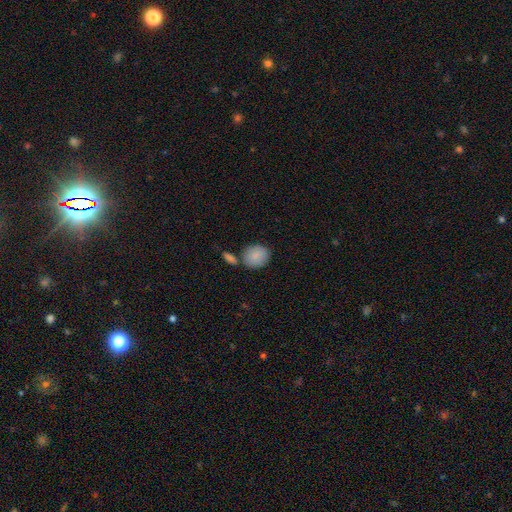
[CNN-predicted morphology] The model was most divided on "how rounded": round: 68%, in between: 30%, cigar-shaped: 1%. More confident: smooth or featured — smooth (87%); merging — none (66%).